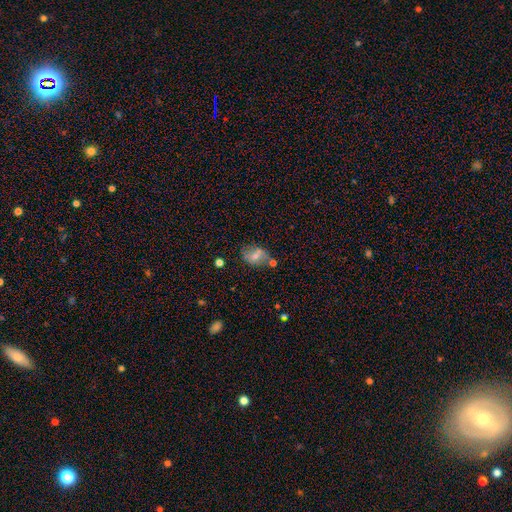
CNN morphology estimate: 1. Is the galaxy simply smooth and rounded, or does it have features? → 48% smooth, 41% featured or disk, 11% star or artifact.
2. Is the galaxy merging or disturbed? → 58% none, 20% minor disturbance, 14% merger, 8% major disturbance.